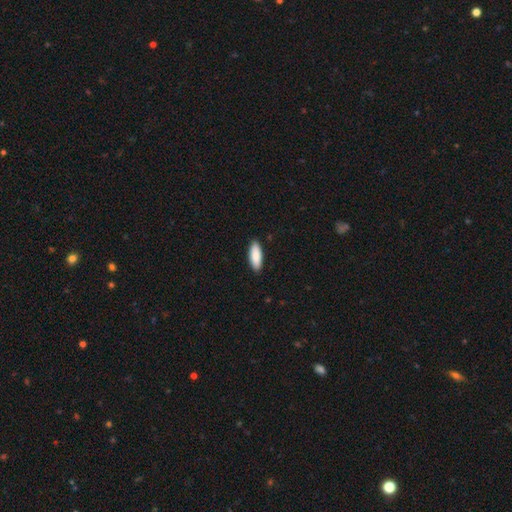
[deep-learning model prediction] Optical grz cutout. It shows a smooth galaxy with no disk features (87%) that is in between round and cigar-shaped (68%). Merging: none (90%).